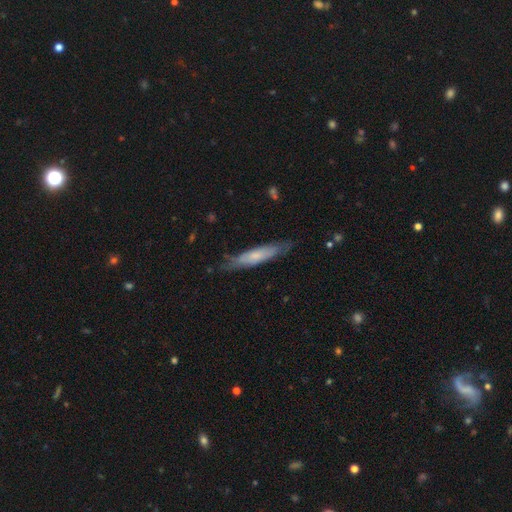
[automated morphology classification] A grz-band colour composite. It shows a smooth galaxy with no disk features (56%) that is cigar-shaped (85%). Merging: none (75%).